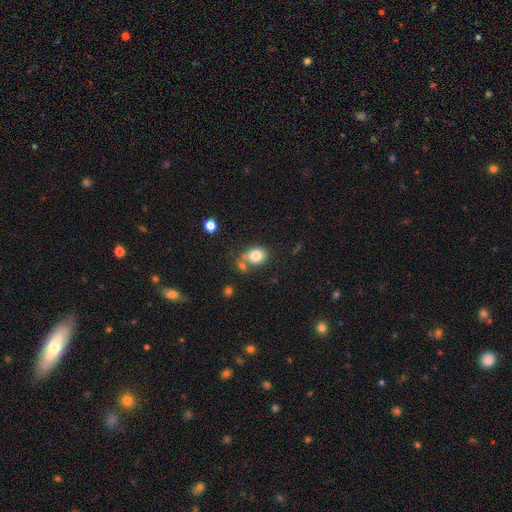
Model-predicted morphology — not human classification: Smooth or featured? Predicted: smooth (p=0.81). How rounded? Predicted: in between (p=0.51). Merging? Predicted: none (p=0.55).